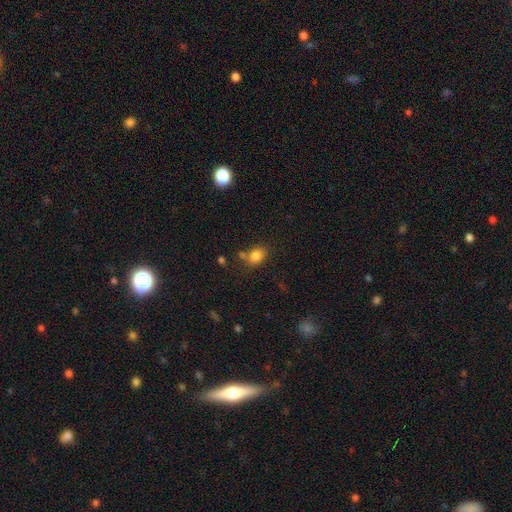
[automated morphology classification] smooth-or-featured: smooth: 83% | star or artifact: 11% | featured or disk: 7%
  how-rounded: in between: 58% | round: 41% | cigar-shaped: 1%
  merging: none: 65% | minor disturbance: 16% | merger: 14% | major disturbance: 5%